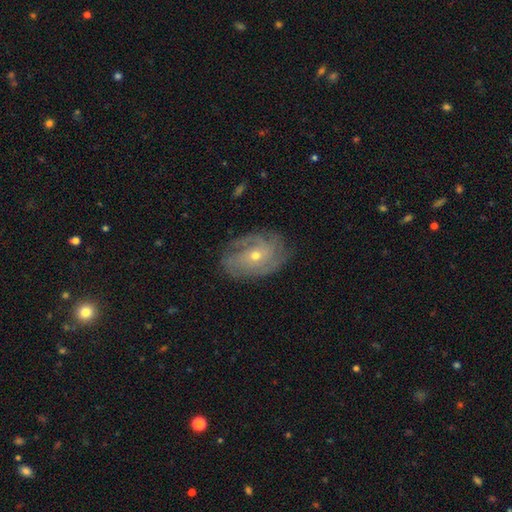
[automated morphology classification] This appears to be a featured or disk galaxy (78%) with no bar (74%), tight (56%) spiral arms (90%) and a small central bulge (53%). Merging: none (74%).